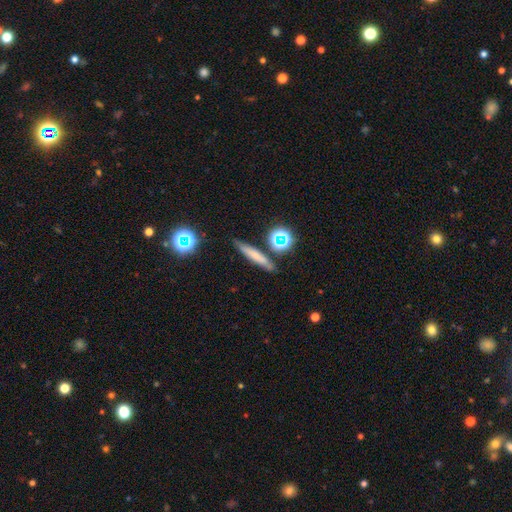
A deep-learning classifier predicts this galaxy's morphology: This appears to be a smooth galaxy with no disk features (62%) that is cigar-shaped (85%). Merging: none (80%).